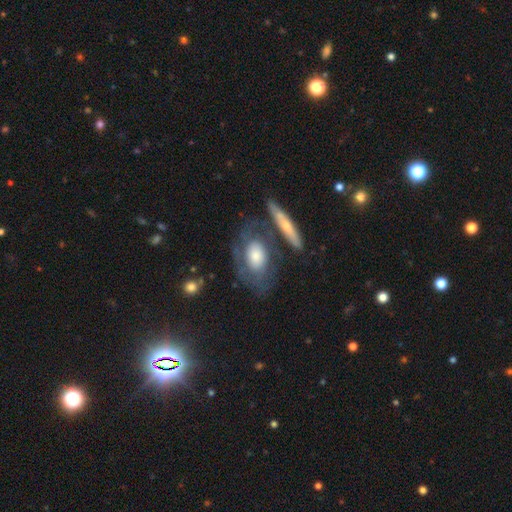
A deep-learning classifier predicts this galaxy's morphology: This appears to be a featured or disk galaxy (56%). Merging: none (59%).